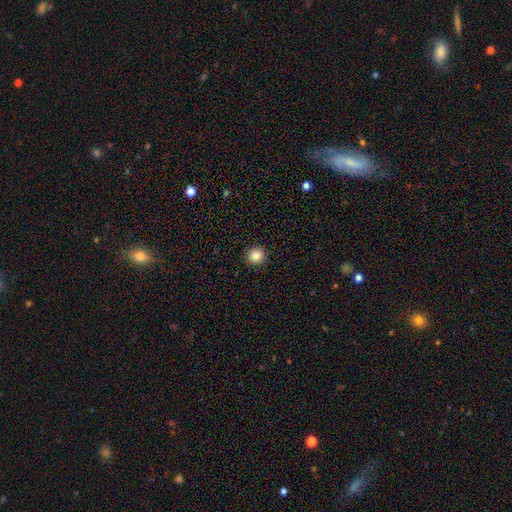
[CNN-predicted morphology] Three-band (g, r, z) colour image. It shows a smooth galaxy with no disk features (84%) that is round (93%). Merging: none (93%).